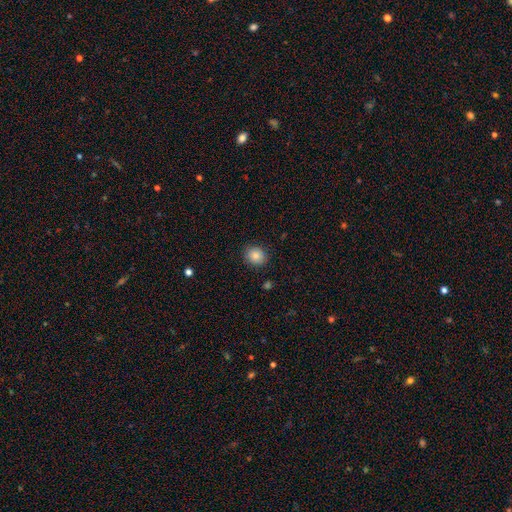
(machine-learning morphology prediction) A smooth galaxy with no disk features (84%) that is round (78%).

Vote fractions:
- Smooth or featured? smooth: 84% / star or artifact: 9% / featured or disk: 7%
- How rounded? round: 78% / in between: 21% / cigar-shaped: 1%
- Merging? none: 89% / minor disturbance: 8% / major disturbance: 2% / merger: 1%